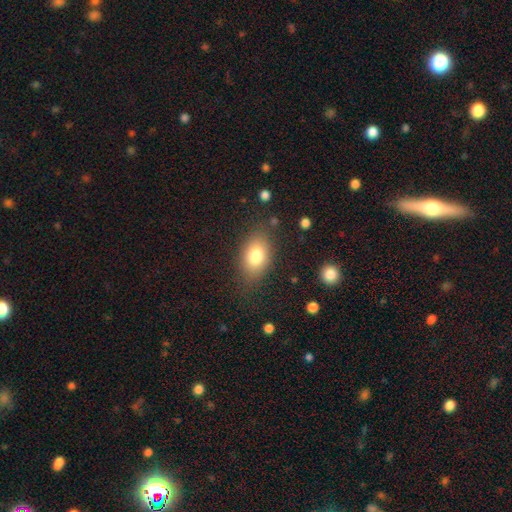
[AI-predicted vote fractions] Smooth or featured? smooth (78%)
How rounded? in between (82%)
Merging? none (78%)